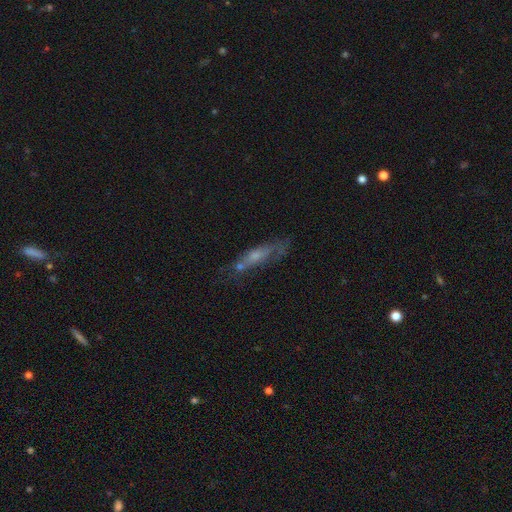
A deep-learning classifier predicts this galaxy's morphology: This appears to be a featured or disk galaxy (47%). Merging: none (53%).